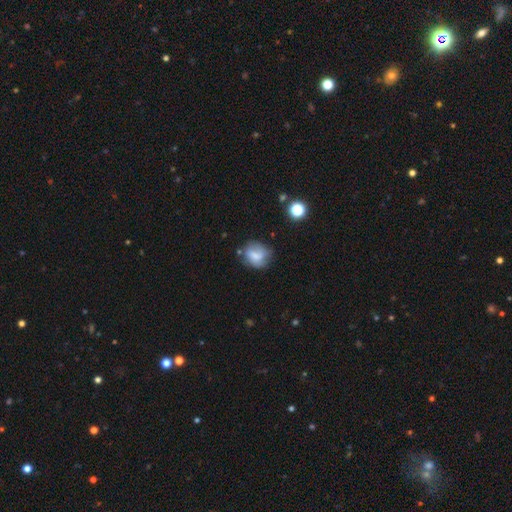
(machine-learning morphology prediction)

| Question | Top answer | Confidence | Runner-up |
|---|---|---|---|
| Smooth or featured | smooth | 57% | featured or disk (32%) |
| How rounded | round | 57% | in between (42%) |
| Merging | none | 54% | minor disturbance (28%) |